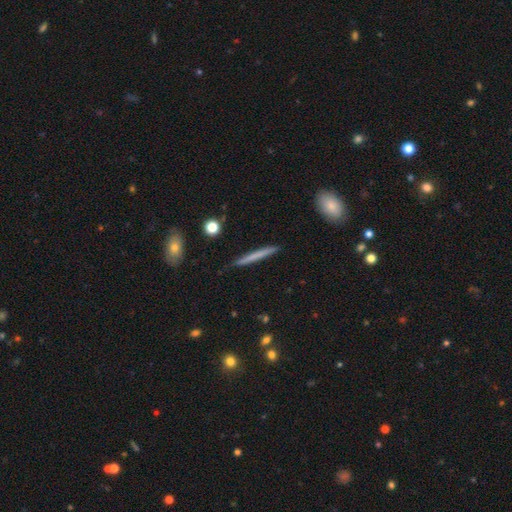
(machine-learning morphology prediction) type=smooth (57%); roundness=cigar-shaped (96%); merging=none (90%).